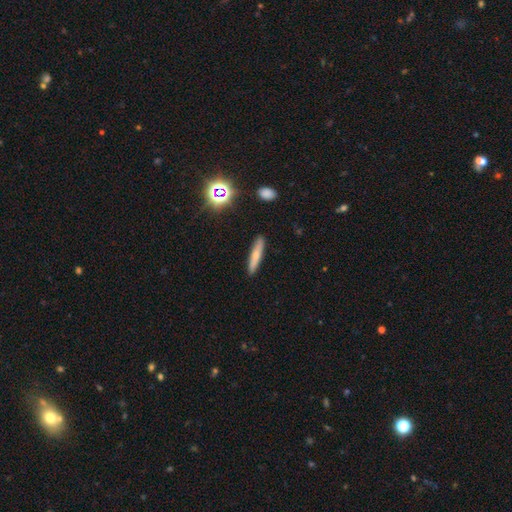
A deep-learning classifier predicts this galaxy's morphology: A smooth galaxy with no disk features (65%) that is cigar-shaped (90%). Merging: none (89%).